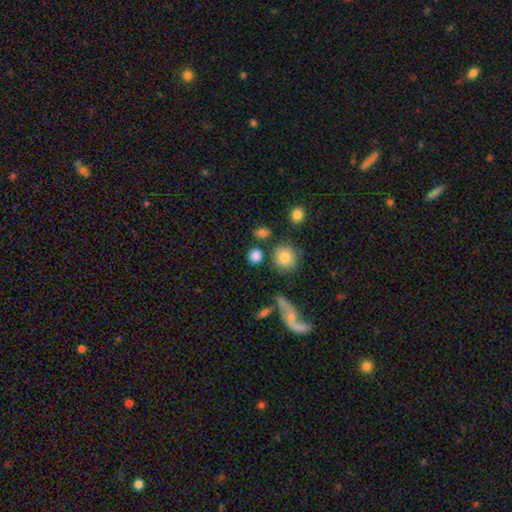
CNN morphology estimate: Smooth or featured? Predicted: smooth (p=0.84). How rounded? Predicted: round (p=0.77). Merging? Predicted: none (p=0.76).